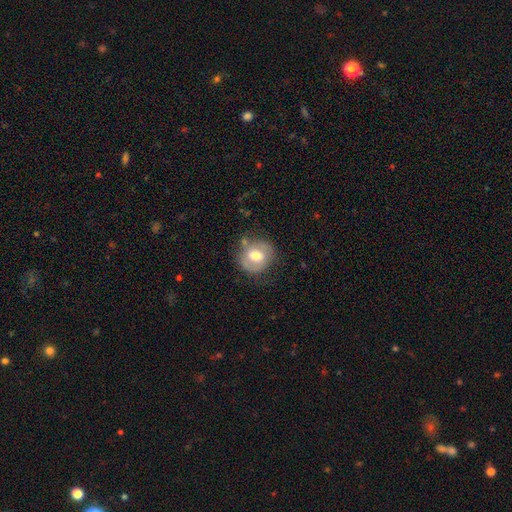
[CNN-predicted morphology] A smooth galaxy with no disk features (55%) that is round (74%).

Vote fractions:
- Smooth or featured? smooth: 55% / featured or disk: 38% / star or artifact: 7%
- How rounded? round: 74% / in between: 25% / cigar-shaped: 1%
- Merging? none: 67% / minor disturbance: 20% / major disturbance: 8% / merger: 4%